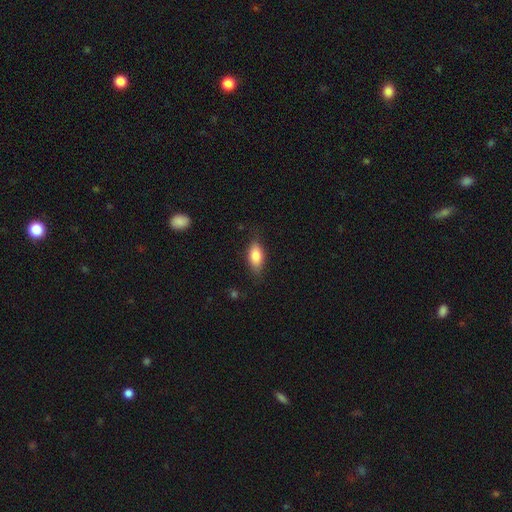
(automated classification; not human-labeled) smooth_or_featured: smooth (p=0.80) [alt: featured or disk p=0.13]
how_rounded: in between (p=0.85) [alt: cigar-shaped p=0.11]
merging: none (p=0.78) [alt: minor disturbance p=0.17]